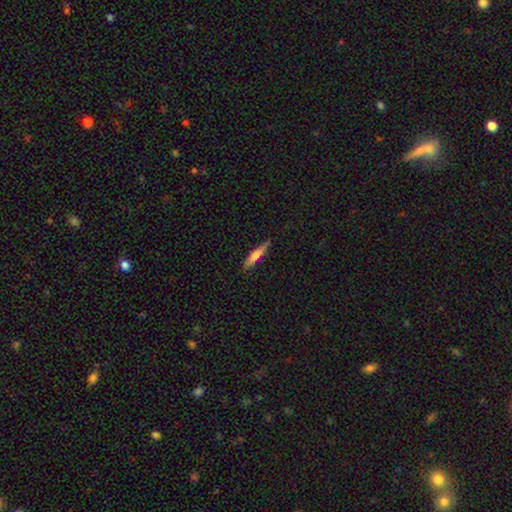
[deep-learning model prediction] smooth_or_featured: smooth (p=0.61) [alt: featured or disk p=0.33]
how_rounded: cigar-shaped (p=0.87) [alt: in between p=0.11]
merging: none (p=0.83) [alt: minor disturbance p=0.13]